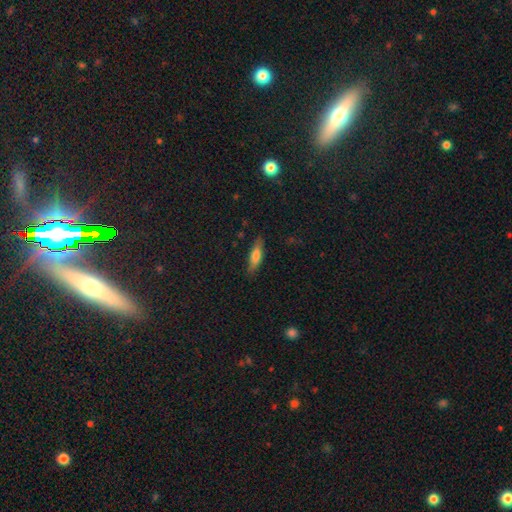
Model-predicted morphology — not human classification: A smooth galaxy with no disk features (72%) that is cigar-shaped (57%). Merging: none (83%).